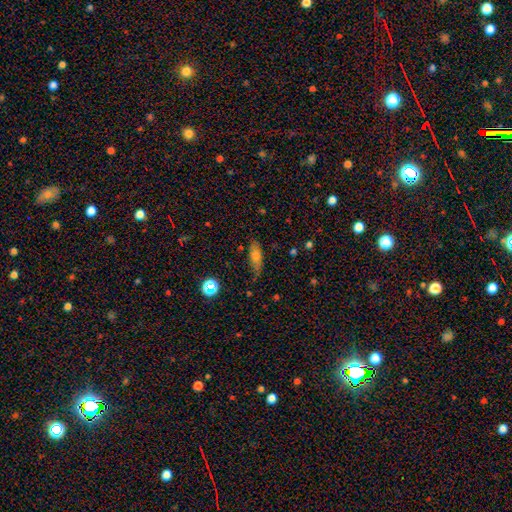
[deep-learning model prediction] smooth 66%, featured or disk 23%, star or artifact 11%. Down the decision tree: how rounded — in between (62%); merging — none (68%).